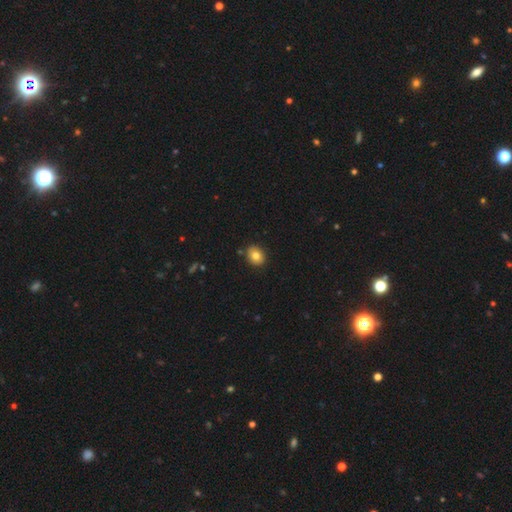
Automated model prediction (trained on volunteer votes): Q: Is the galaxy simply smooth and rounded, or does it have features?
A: smooth — 81%.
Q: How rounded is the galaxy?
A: round — 52%.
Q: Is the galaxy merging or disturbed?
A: none — 87%.